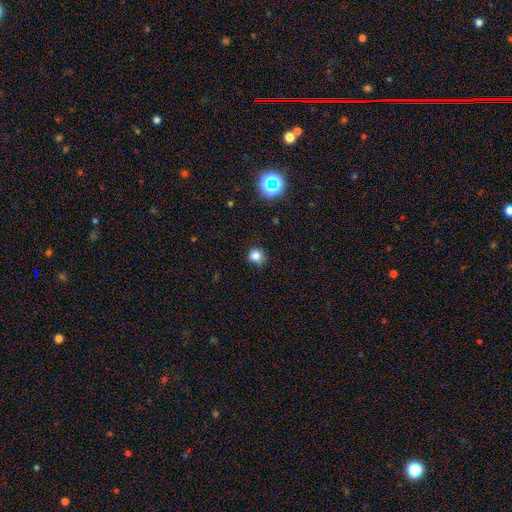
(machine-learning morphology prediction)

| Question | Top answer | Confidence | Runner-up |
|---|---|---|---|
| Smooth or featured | smooth | 79% | star or artifact (16%) |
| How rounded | round | 89% | in between (10%) |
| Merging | none | 80% | minor disturbance (15%) |